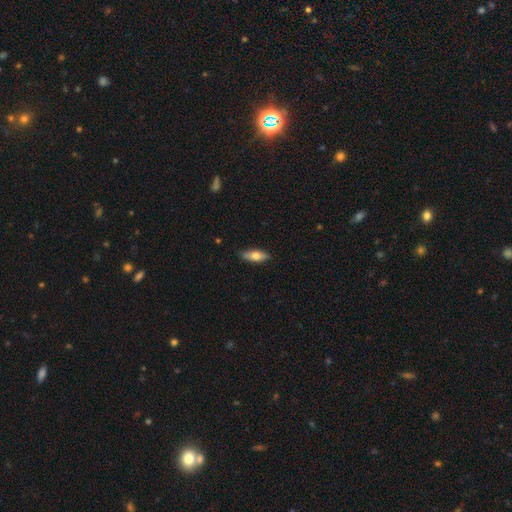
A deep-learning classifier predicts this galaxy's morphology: The model was most divided on "how rounded": in between: 69%, cigar-shaped: 29%, round: 3%. More confident: merging — none (85%); smooth or featured — smooth (70%).